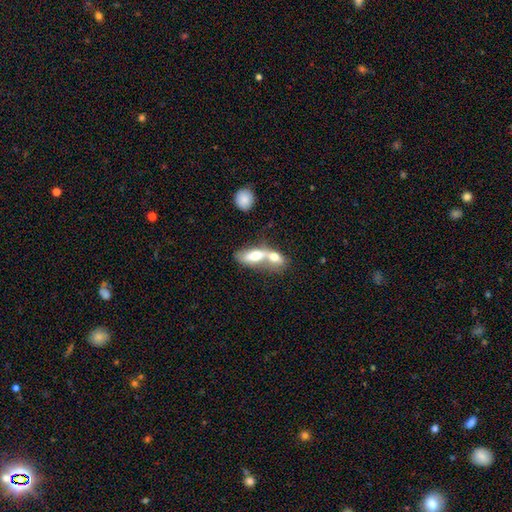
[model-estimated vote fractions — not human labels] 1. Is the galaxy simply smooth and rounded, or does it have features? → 65% smooth, 28% featured or disk, 7% star or artifact.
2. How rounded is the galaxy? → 75% in between, 19% cigar-shaped, 7% round.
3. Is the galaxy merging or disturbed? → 77% merger, 13% none, 5% minor disturbance, 5% major disturbance.